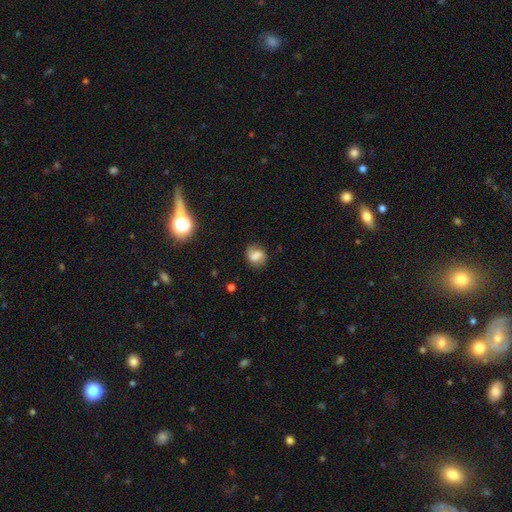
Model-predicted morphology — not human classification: Smooth or featured? Predicted: smooth (p=0.57). How rounded? Predicted: round (p=0.55). Merging? Predicted: none (p=0.68).